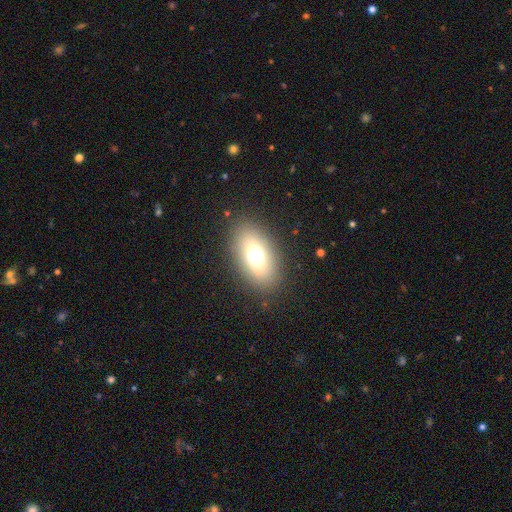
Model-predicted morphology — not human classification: Smooth or featured? Predicted: smooth (p=0.66). How rounded? Predicted: in between (p=0.82). Merging? Predicted: none (p=0.85).